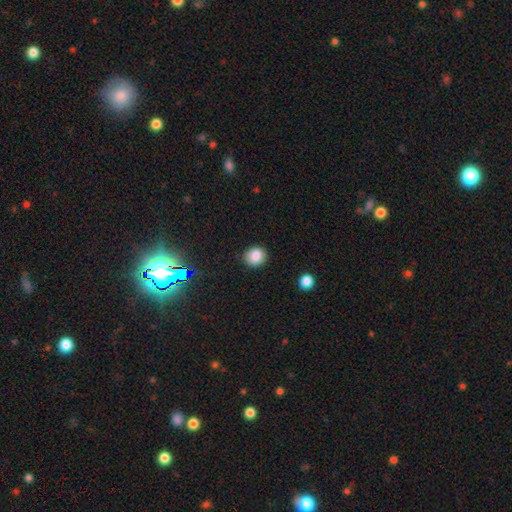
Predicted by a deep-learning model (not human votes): Morphology: type=smooth (84%); roundness=round (81%); merging=none (87%).